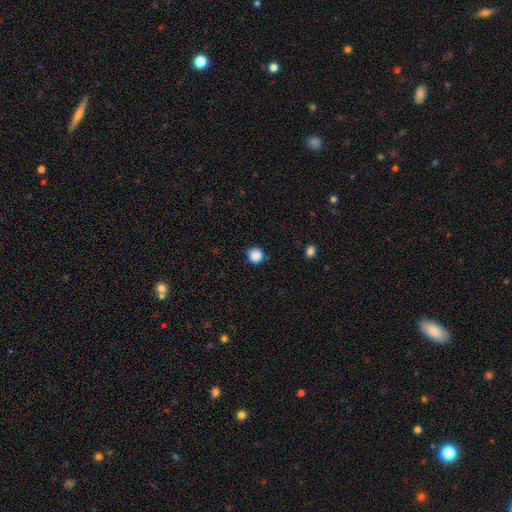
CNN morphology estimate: The model was most divided on "smooth or featured": smooth: 88%, star or artifact: 10%, featured or disk: 3%. More confident: how rounded — round (95%); merging — none (90%).